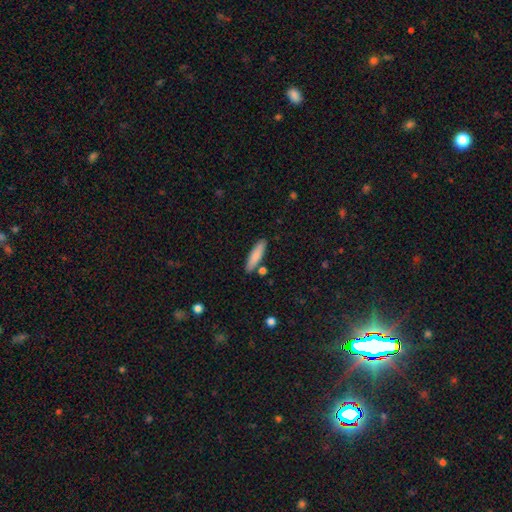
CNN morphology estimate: A smooth galaxy with no disk features (82%) that is cigar-shaped (73%).

Vote fractions:
- Smooth or featured? smooth: 82% / featured or disk: 12% / star or artifact: 6%
- How rounded? cigar-shaped: 73% / in between: 25% / round: 2%
- Merging? none: 84% / minor disturbance: 9% / merger: 5% / major disturbance: 2%